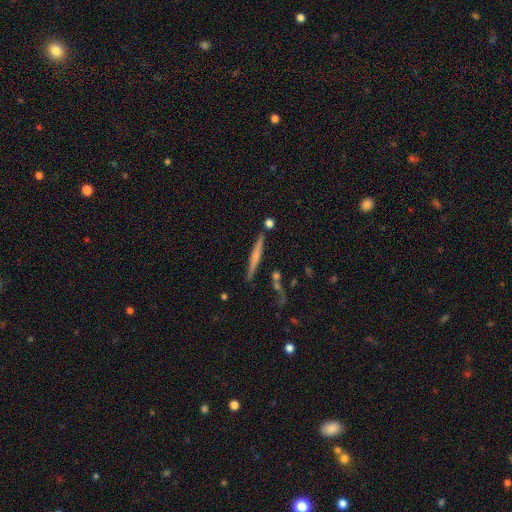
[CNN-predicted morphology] smooth_or_featured: featured or disk (p=0.53) [alt: smooth p=0.40]
disk_edge_on: yes (p=0.97) [alt: no p=0.03]
edge_on_bulge: none (p=0.55) [alt: rounded p=0.32]
merging: none (p=0.82) [alt: minor disturbance p=0.10]